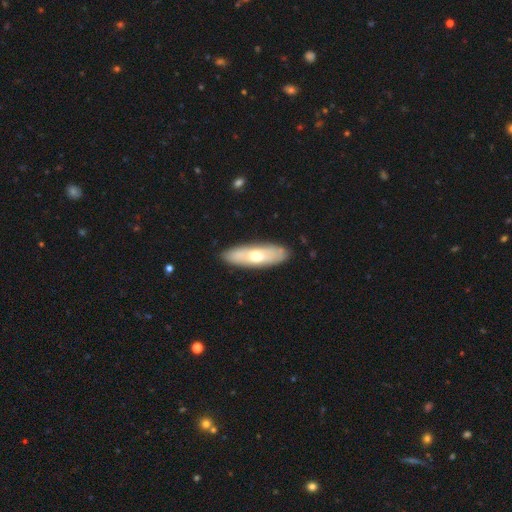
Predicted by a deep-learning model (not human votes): Smooth or featured: featured or disk — 48% (smooth — 47%)
Merging: none — 87% (minor disturbance — 10%)